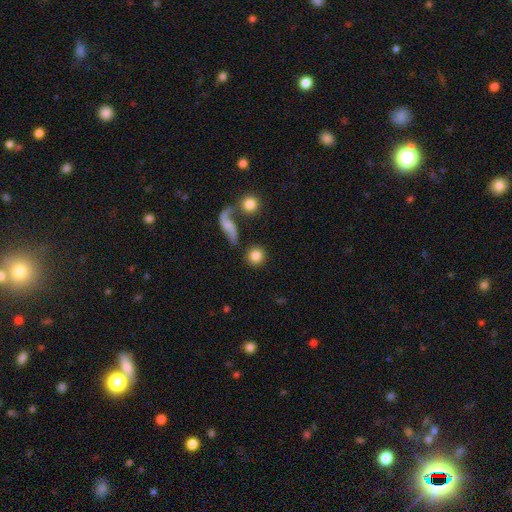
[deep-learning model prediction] smooth_or_featured: smooth (p=0.82) [alt: featured or disk p=0.10]
how_rounded: round (p=0.93) [alt: in between p=0.06]
merging: none (p=0.78) [alt: merger p=0.09]